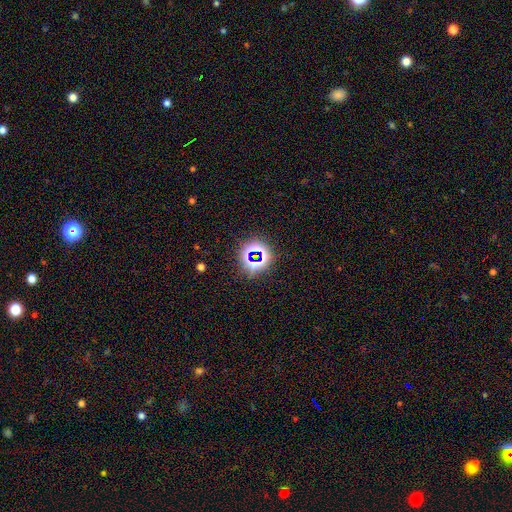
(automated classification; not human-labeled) smooth_or_featured: star or artifact (p=0.72) [alt: smooth p=0.19]